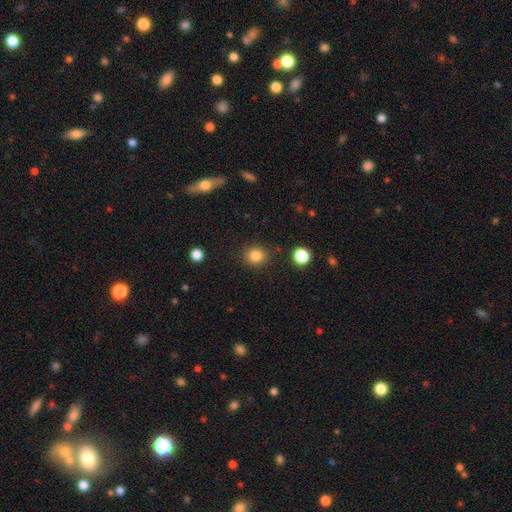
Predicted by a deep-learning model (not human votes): This is clearly a smooth galaxy (84%). How rounded: clearly round (84%). Merging: clearly none (86%).